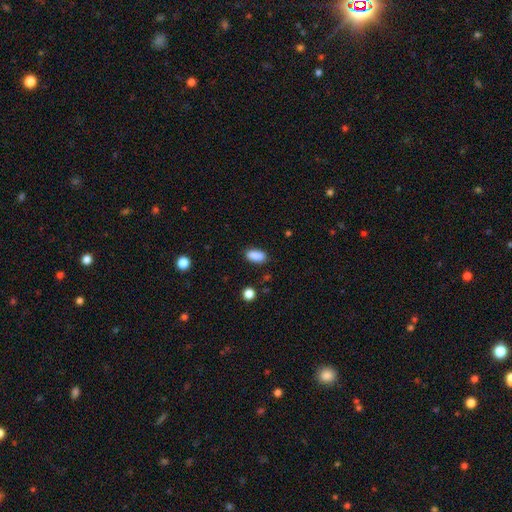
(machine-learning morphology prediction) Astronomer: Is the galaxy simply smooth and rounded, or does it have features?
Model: smooth — 88%.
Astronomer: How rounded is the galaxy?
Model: in between — 87%.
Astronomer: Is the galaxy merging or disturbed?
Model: none — 82%.